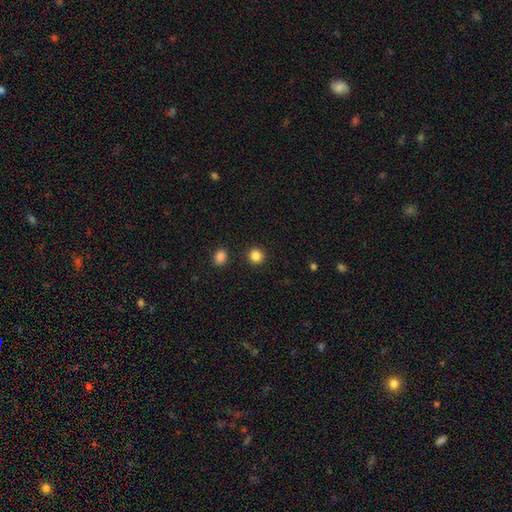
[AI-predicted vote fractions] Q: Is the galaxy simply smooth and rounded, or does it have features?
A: smooth — 86%.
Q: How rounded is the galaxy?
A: round — 92%.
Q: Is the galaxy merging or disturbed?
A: none — 91%.